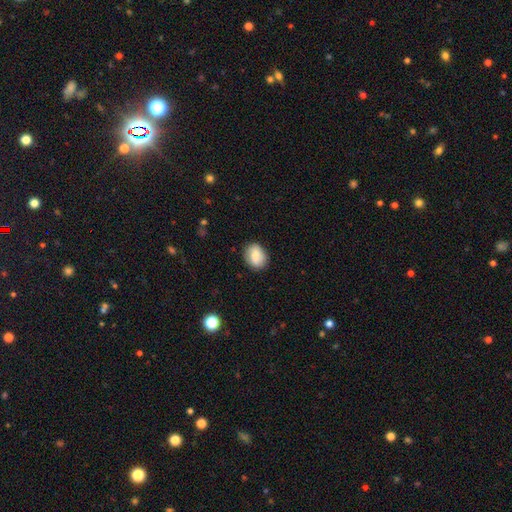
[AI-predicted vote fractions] The model was most divided on "how rounded": in between: 52%, round: 46%, cigar-shaped: 1%. More confident: merging — none (86%); smooth or featured — smooth (75%).